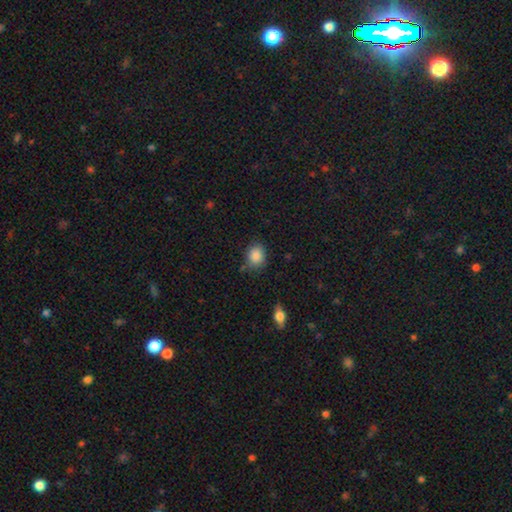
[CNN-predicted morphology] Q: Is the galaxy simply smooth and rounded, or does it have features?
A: smooth — 86%.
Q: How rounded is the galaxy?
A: round — 54%.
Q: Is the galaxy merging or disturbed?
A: none — 79%.